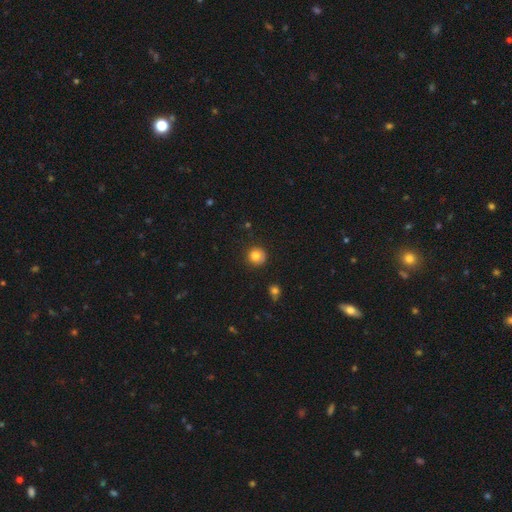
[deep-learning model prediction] Morphology: type=smooth (81%); roundness=round (92%); merging=none (82%).